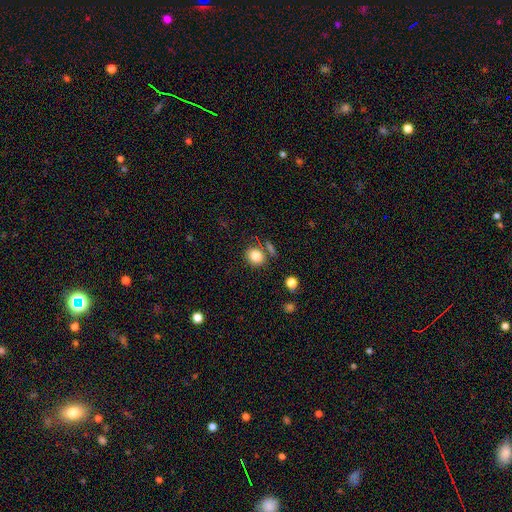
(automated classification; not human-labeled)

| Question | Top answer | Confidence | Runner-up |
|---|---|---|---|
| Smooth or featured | smooth | 84% | star or artifact (10%) |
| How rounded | round | 65% | in between (34%) |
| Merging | none | 73% | minor disturbance (12%) |